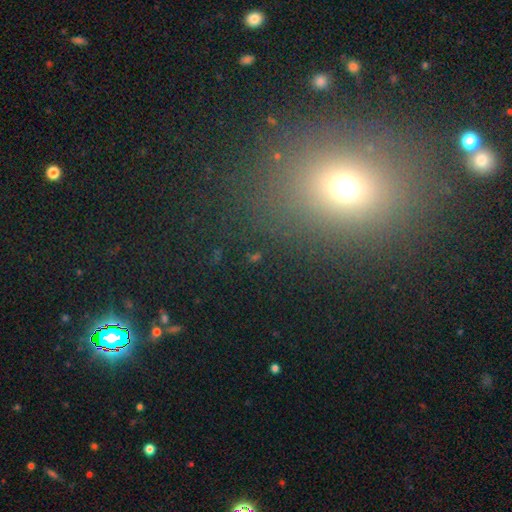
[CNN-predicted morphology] star or artifact 45% (tied), smooth 45% (tied), featured or disk 11%.